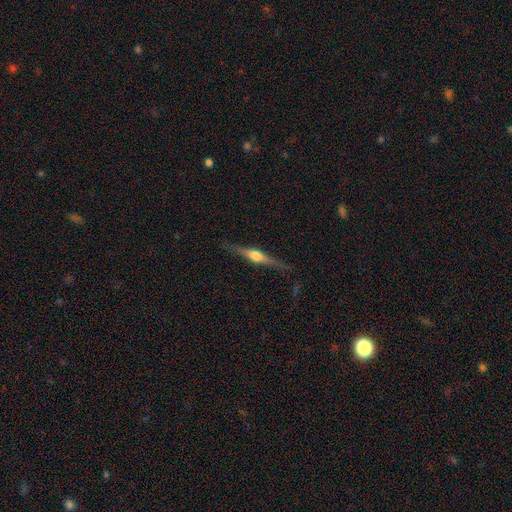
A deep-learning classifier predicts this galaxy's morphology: Smooth or featured?
  - featured or disk: 73% *
  - smooth: 21%
  - star or artifact: 6%
Edge-on disk?
  - yes: 98% *
  - no: 2%
Edge-on bulge?
  - rounded: 91% *
  - boxy: 6%
  - none: 3%
Merging?
  - none: 86% *
  - minor disturbance: 10%
  - major disturbance: 2%
  - merger: 1%